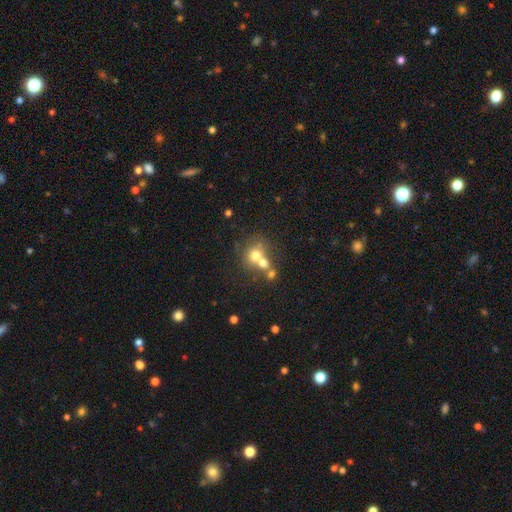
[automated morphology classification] Smooth or featured: smooth — 63% (featured or disk — 23%)
How rounded: round — 73% (in between — 26%)
Merging: merger — 55% (none — 33%)